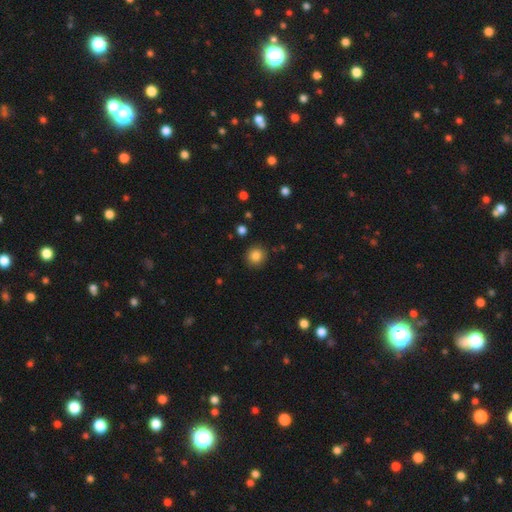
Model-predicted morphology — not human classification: Overall: smooth (85%). How rounded: round (91%). Merging: none (90%).